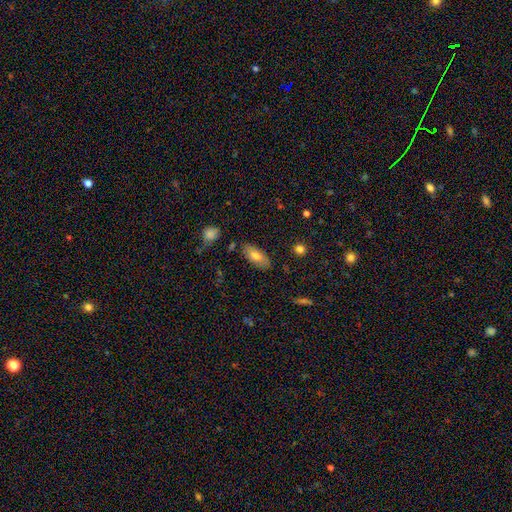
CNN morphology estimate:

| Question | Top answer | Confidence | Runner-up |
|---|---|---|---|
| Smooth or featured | smooth | 73% | featured or disk (21%) |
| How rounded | in between | 83% | cigar-shaped (14%) |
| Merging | none | 83% | minor disturbance (13%) |